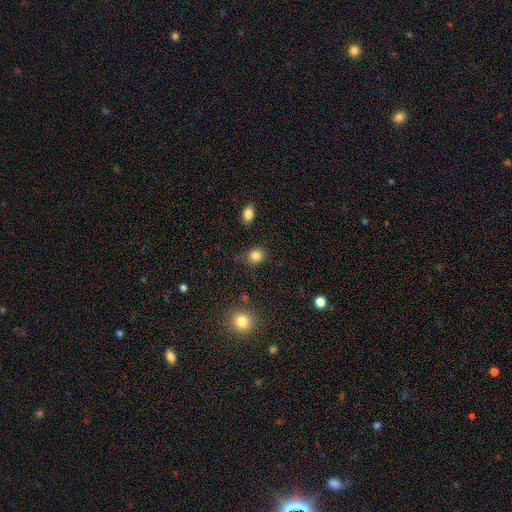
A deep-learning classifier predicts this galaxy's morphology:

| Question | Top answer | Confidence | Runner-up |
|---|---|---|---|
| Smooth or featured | smooth | 84% | star or artifact (11%) |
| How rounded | round | 76% | in between (23%) |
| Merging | none | 75% | minor disturbance (18%) |